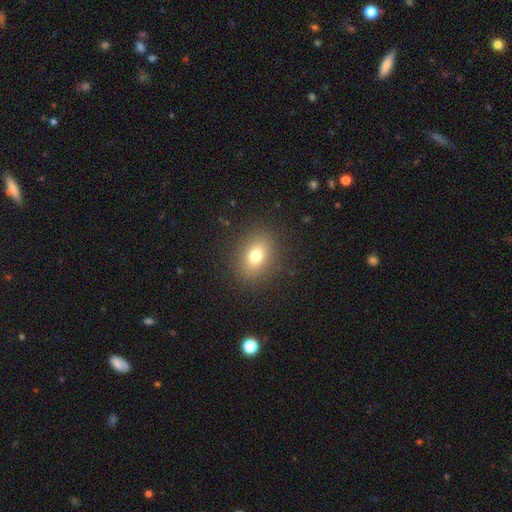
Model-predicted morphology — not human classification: type=smooth (75%); roundness=in between (62%); merging=none (88%).